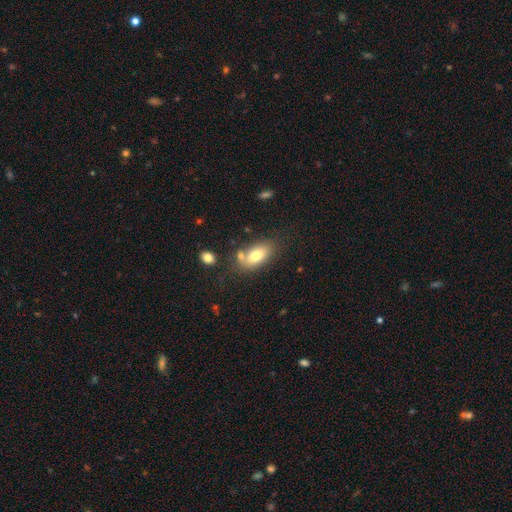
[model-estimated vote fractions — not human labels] Smooth or featured? smooth (75%)
How rounded? in between (89%)
Merging? none (61%)